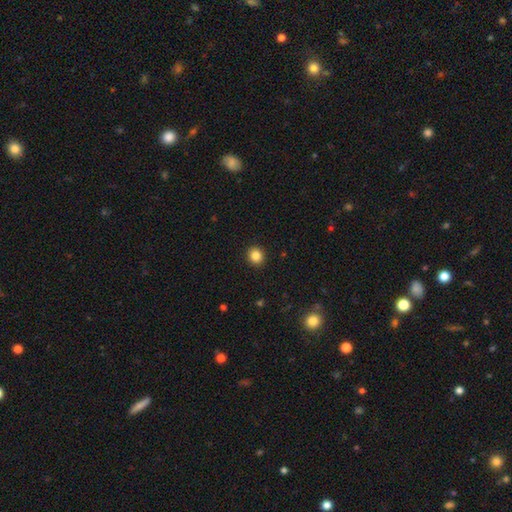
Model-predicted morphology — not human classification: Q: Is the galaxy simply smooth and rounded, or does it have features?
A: smooth — 85%.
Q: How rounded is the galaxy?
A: round — 86%.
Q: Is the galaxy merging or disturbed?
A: none — 93%.